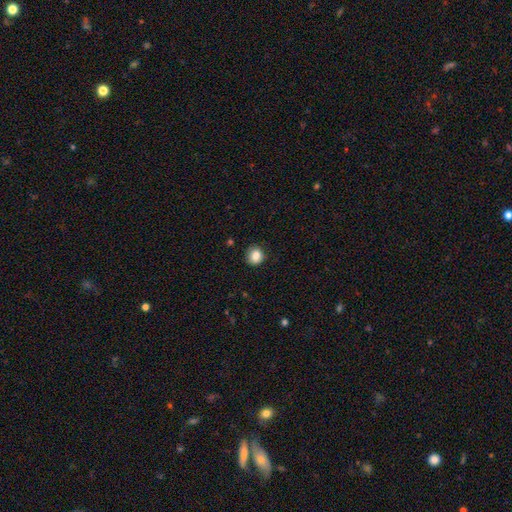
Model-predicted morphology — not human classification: Smooth or featured?
  - smooth: 83% *
  - star or artifact: 10%
  - featured or disk: 7%
How rounded?
  - round: 87% *
  - in between: 12%
  - cigar-shaped: 1%
Merging?
  - none: 86% *
  - minor disturbance: 11%
  - major disturbance: 2%
  - merger: 1%